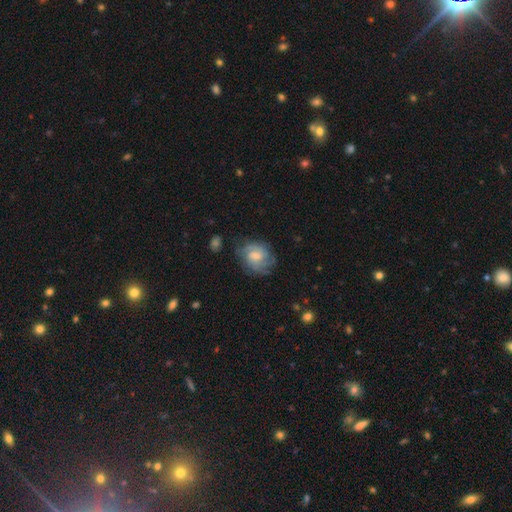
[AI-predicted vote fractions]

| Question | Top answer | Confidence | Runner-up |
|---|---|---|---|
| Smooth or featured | featured or disk | 65% | smooth (27%) |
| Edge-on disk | no | 97% | yes (3%) |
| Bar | no | 56% | weak (39%) |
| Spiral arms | yes | 88% | no (12%) |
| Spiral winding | tight | 49% | medium (38%) |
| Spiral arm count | can't tell | 40% | 2 (24%) |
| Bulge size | moderate | 47% | small (31%) |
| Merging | none | 65% | minor disturbance (22%) |